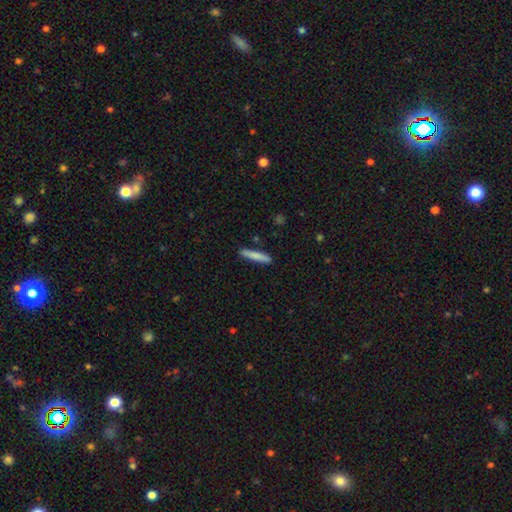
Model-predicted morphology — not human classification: smooth_or_featured: smooth (p=0.78) [alt: featured or disk p=0.16]
how_rounded: cigar-shaped (p=0.92) [alt: in between p=0.06]
merging: none (p=0.89) [alt: minor disturbance p=0.08]